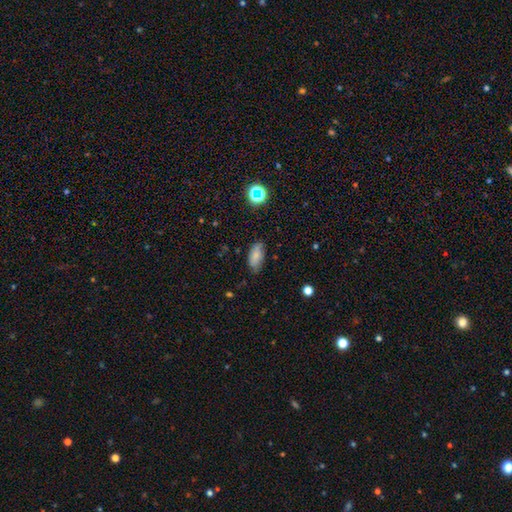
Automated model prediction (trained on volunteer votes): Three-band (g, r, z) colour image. It shows a smooth galaxy with no disk features (80%) that is in between round and cigar-shaped (90%). Merging: none (74%).